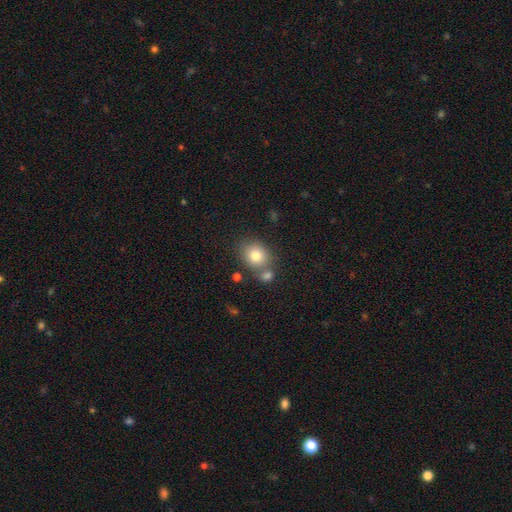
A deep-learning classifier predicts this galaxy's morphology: smooth-or-featured: smooth: 79% | featured or disk: 10% | star or artifact: 10%
  how-rounded: round: 71% | in between: 28% | cigar-shaped: 1%
  merging: none: 62% | merger: 23% | minor disturbance: 11% | major disturbance: 4%